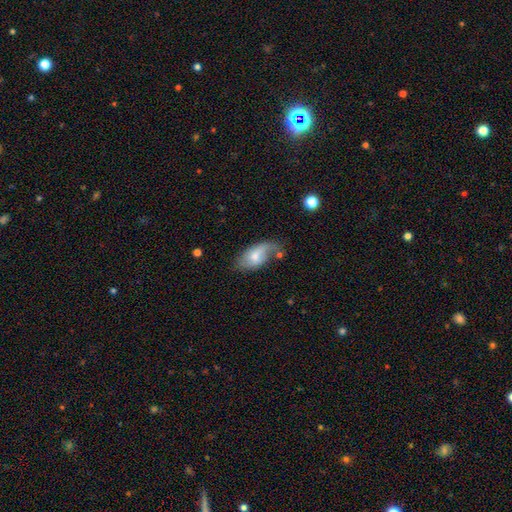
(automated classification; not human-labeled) Smooth or featured: smooth — 53% (featured or disk — 40%)
How rounded: in between — 92% (round — 4%)
Merging: none — 46% (minor disturbance — 31%)